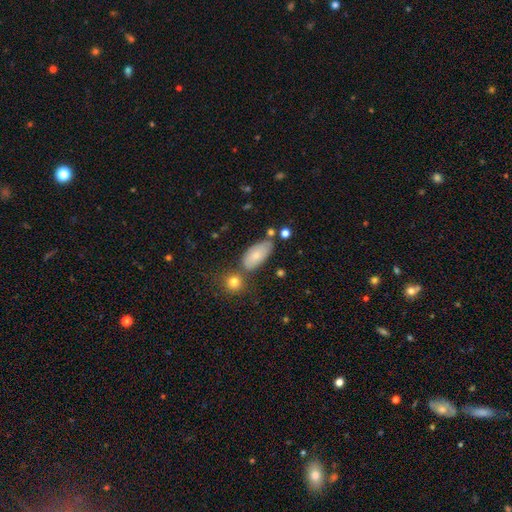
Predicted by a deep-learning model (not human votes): This appears to be a smooth galaxy with no disk features (76%) that is in between round and cigar-shaped (88%). Merging: none (65%).